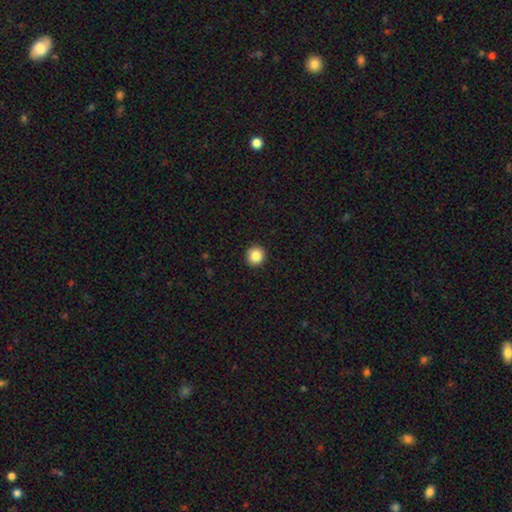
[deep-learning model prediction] Smooth or featured? Predicted: smooth (p=0.85). How rounded? Predicted: round (p=0.94). Merging? Predicted: none (p=0.93).